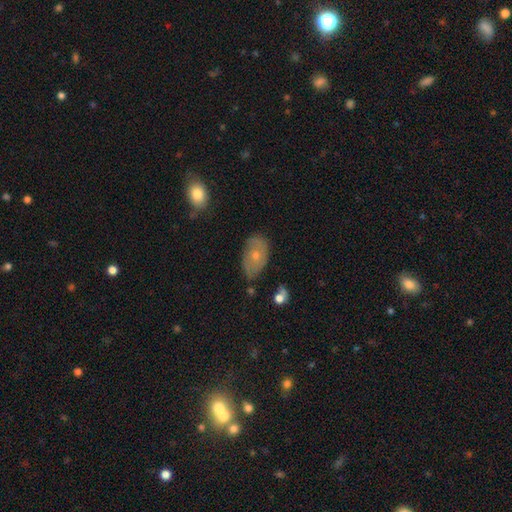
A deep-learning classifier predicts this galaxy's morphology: This appears to be a featured or disk galaxy (48%). Merging: none (63%).